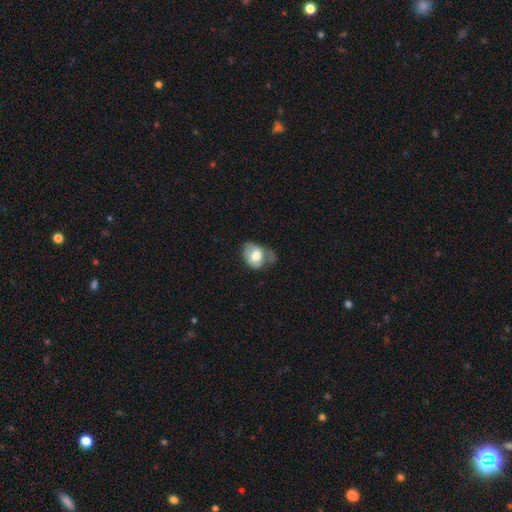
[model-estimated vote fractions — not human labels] smooth-or-featured: smooth: 67% | featured or disk: 25% | star or artifact: 7%
  how-rounded: in between: 67% | round: 32% | cigar-shaped: 1%
  merging: minor disturbance: 36% | major disturbance: 30% | none: 28% | merger: 6%